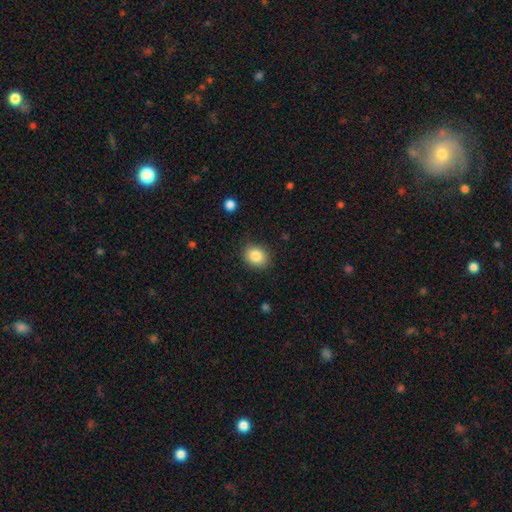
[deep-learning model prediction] smooth_or_featured: smooth (p=0.86) [alt: star or artifact p=0.09]
how_rounded: round (p=0.56) [alt: in between p=0.43]
merging: none (p=0.86) [alt: minor disturbance p=0.10]